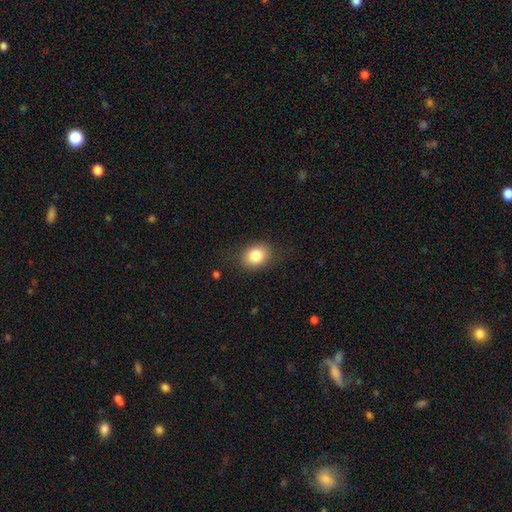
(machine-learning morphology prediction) smooth-or-featured: smooth: 83% | star or artifact: 9% | featured or disk: 8%
  how-rounded: in between: 53% | round: 46% | cigar-shaped: 1%
  merging: none: 83% | minor disturbance: 12% | major disturbance: 4% | merger: 1%